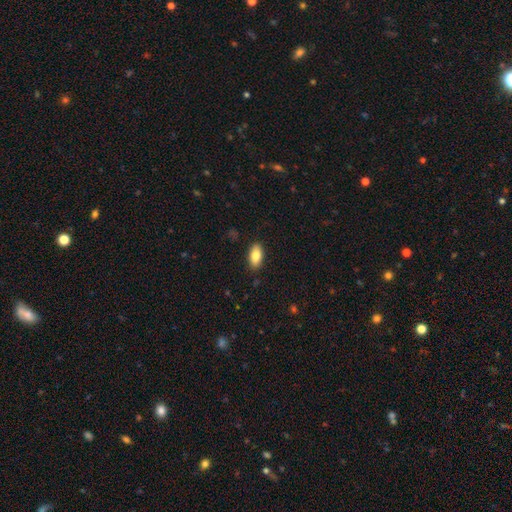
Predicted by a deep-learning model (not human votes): This is clearly a smooth galaxy (86%). How rounded: clearly in between (92%). Merging: clearly none (88%).